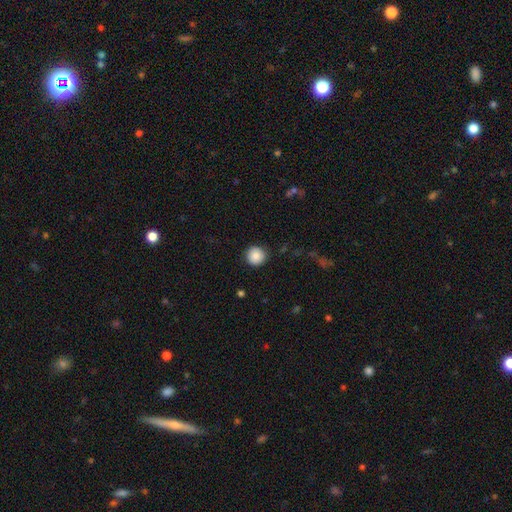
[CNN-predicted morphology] Smooth or featured: smooth — 87% (star or artifact — 8%)
How rounded: round — 95% (in between — 4%)
Merging: none — 90% (minor disturbance — 7%)